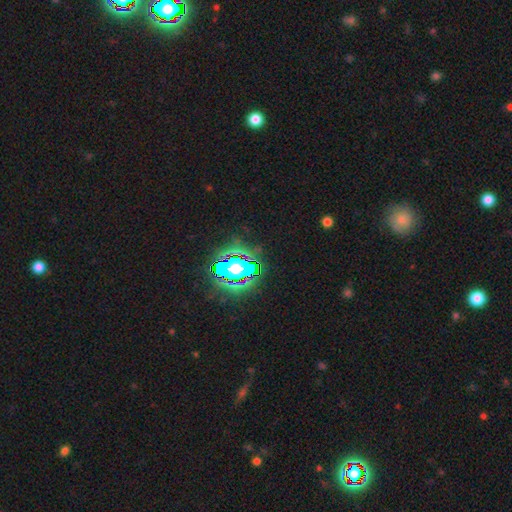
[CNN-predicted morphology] This appears to be a star or artifact, not a galaxy (82%).